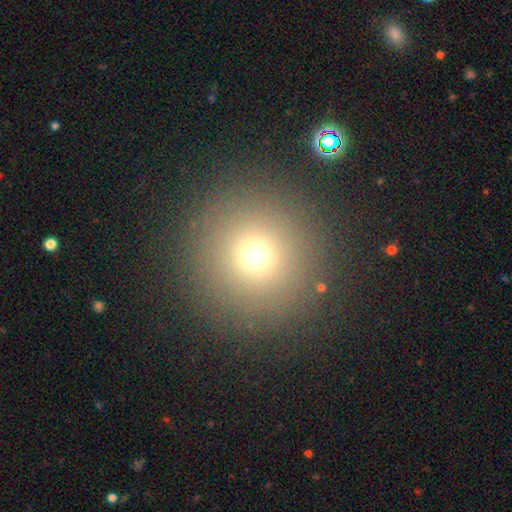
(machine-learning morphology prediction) Smooth or featured? Predicted: smooth (p=0.70). How rounded? Predicted: round (p=0.96). Merging? Predicted: none (p=0.90).